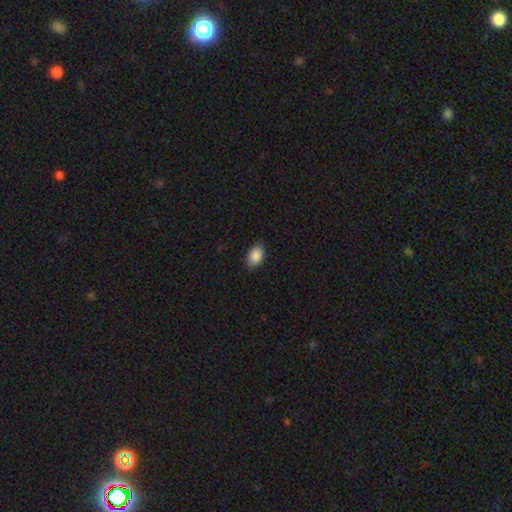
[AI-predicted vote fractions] smooth-or-featured: smooth: 89% | star or artifact: 7% | featured or disk: 3%
  how-rounded: in between: 91% | round: 8% | cigar-shaped: 2%
  merging: none: 86% | minor disturbance: 11% | major disturbance: 2% | merger: 1%